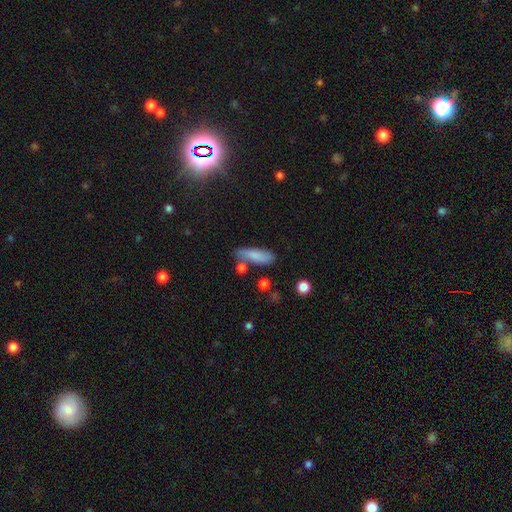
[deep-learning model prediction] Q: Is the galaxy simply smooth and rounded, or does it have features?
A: smooth — 82%.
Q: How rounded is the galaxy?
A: cigar-shaped — 50%.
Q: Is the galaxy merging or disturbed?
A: none — 65%.